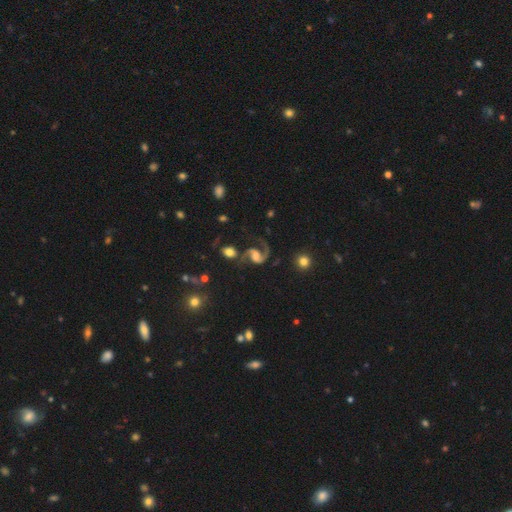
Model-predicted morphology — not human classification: A featured or disk galaxy (89%) with a weak bar (45%), 2 (88%) medium (47%) spiral arms (97%) and a moderate central bulge (38%). Merging: none (53%).